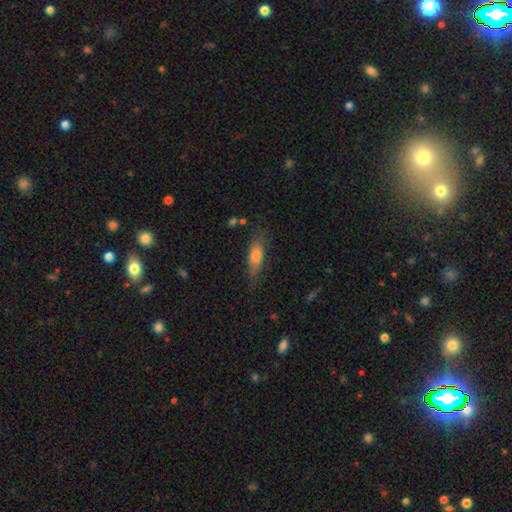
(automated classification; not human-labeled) Smooth or featured?
  - smooth: 69% *
  - featured or disk: 23%
  - star or artifact: 8%
How rounded?
  - in between: 51% *
  - cigar-shaped: 46%
  - round: 3%
Merging?
  - none: 73% *
  - minor disturbance: 19%
  - major disturbance: 6%
  - merger: 2%